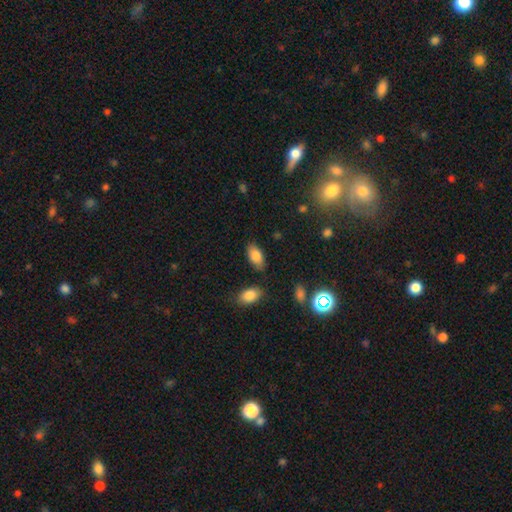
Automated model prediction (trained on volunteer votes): This appears to be a smooth galaxy with no disk features (82%) that is in between round and cigar-shaped (92%). Merging: none (82%).